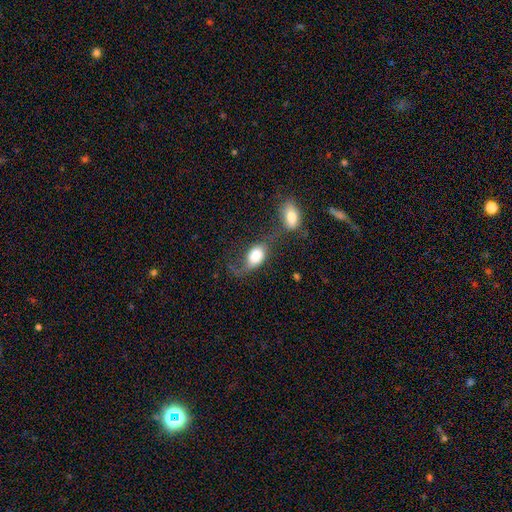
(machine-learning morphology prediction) The model was most divided on "merging": merger: 30%, major disturbance: 27%, none: 25%, minor disturbance: 18%. More confident: how rounded — in between (81%); smooth or featured — smooth (73%).